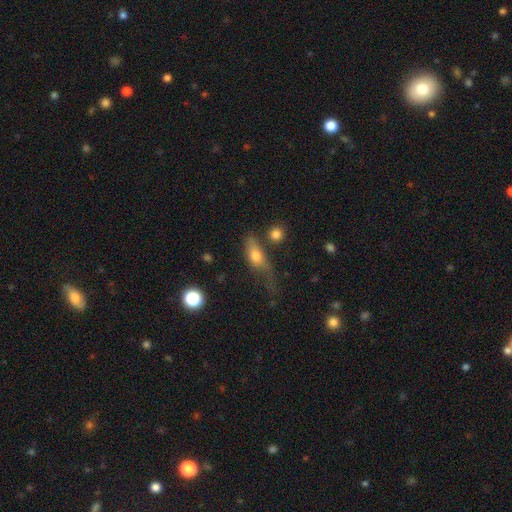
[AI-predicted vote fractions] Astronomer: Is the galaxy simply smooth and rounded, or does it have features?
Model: smooth — 66%.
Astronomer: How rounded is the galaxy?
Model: in between — 69%.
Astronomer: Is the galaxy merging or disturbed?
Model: none — 32% (runner-up: major disturbance, 31%).